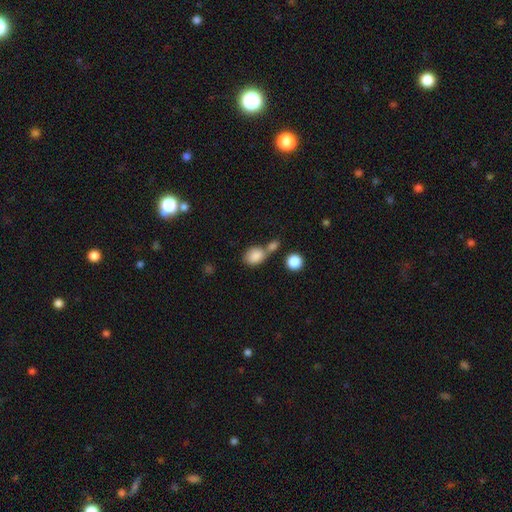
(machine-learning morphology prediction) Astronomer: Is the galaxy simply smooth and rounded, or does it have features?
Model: smooth — 85%.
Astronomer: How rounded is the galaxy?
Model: in between — 65%.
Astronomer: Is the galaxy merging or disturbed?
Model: merger — 40%, tied with none at 40%.